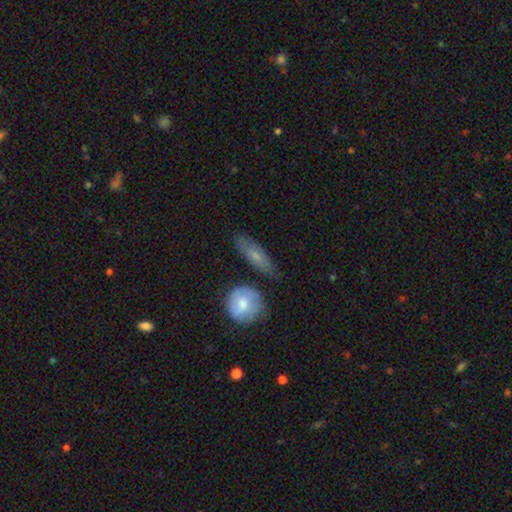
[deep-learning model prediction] A smooth galaxy with no disk features (63%) that is cigar-shaped (52%).

Vote fractions:
- Smooth or featured? smooth: 63% / featured or disk: 29% / star or artifact: 7%
- How rounded? cigar-shaped: 52% / in between: 41% / round: 7%
- Merging? none: 69% / minor disturbance: 21% / merger: 6% / major disturbance: 5%